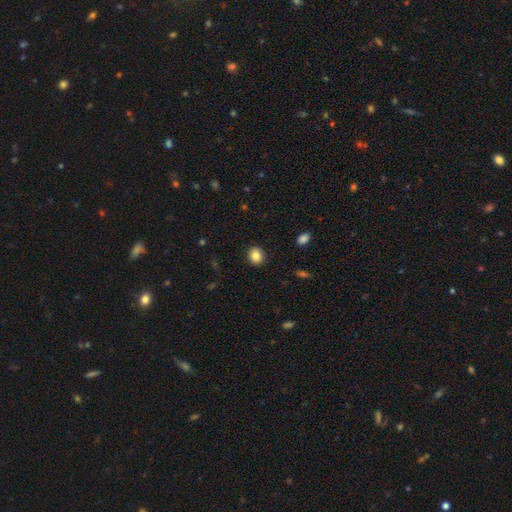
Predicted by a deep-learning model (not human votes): A smooth galaxy with no disk features (85%) that is round (72%). Merging: none (91%).